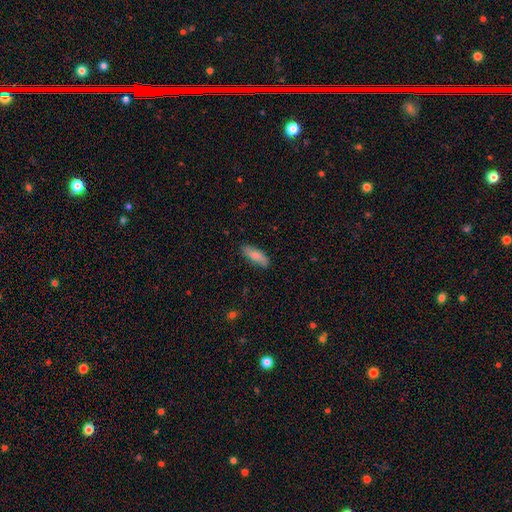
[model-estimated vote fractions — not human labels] A smooth galaxy with no disk features (80%) that is in between round and cigar-shaped (64%). Merging: none (81%).